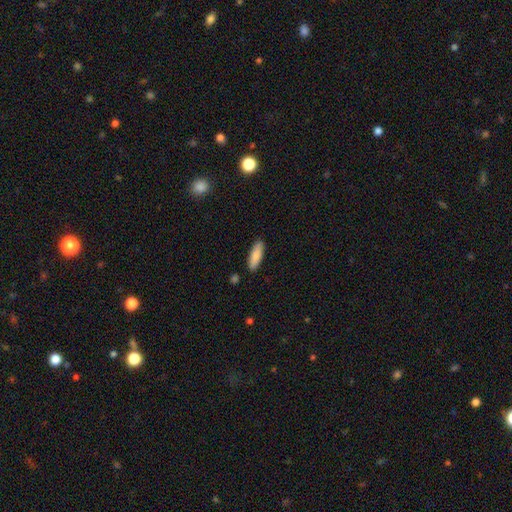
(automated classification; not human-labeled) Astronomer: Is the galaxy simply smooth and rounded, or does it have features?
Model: smooth — 86%.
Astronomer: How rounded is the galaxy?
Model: cigar-shaped — 54% (runner-up: in between, 44%).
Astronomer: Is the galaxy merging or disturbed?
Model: none — 88%.